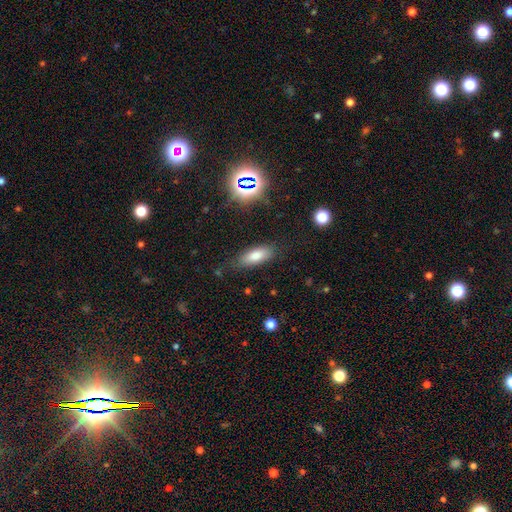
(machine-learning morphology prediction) A smooth galaxy with no disk features (77%) that is in between round and cigar-shaped (73%). Merging: none (79%).